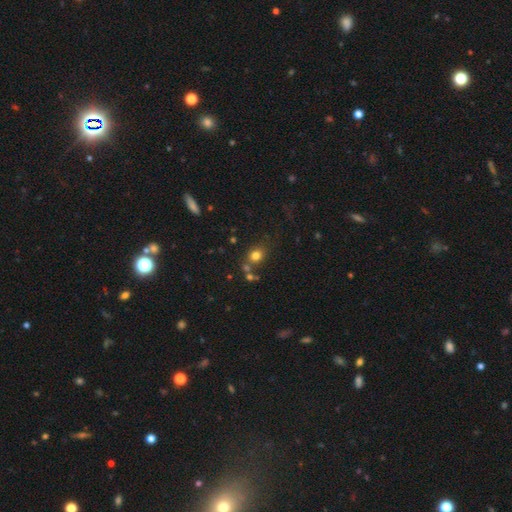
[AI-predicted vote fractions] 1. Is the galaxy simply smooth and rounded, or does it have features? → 76% smooth, 15% star or artifact, 8% featured or disk.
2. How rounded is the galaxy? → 64% round, 35% in between, 1% cigar-shaped.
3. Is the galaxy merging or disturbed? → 67% none, 15% merger, 12% minor disturbance, 5% major disturbance.